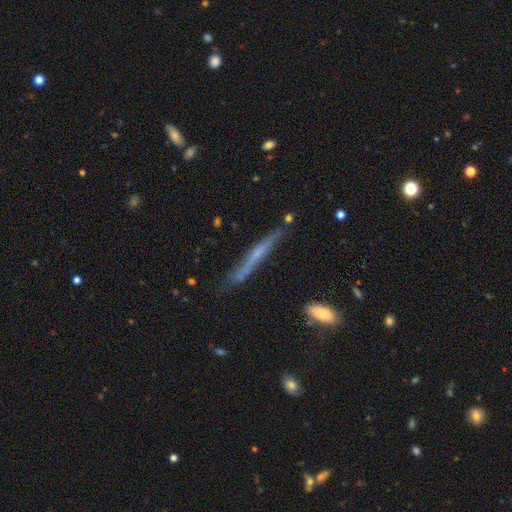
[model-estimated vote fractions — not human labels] Smooth or featured? featured or disk (58%)
Edge-on disk? yes (95%)
Edge-on bulge? none (58%)
Merging? none (78%)